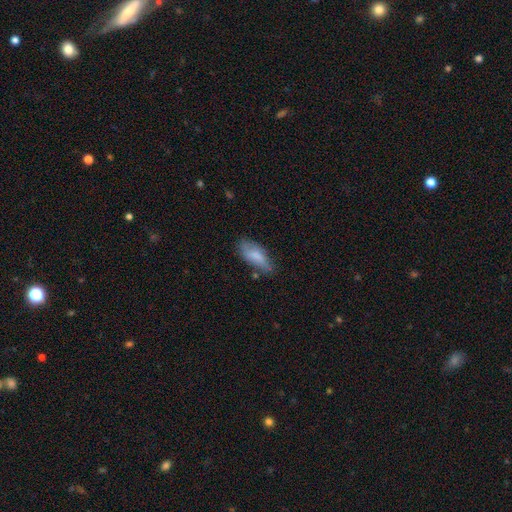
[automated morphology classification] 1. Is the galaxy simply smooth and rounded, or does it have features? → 74% smooth, 19% featured or disk, 7% star or artifact.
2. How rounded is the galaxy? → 78% in between, 20% cigar-shaped, 2% round.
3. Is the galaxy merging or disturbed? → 59% none, 29% minor disturbance, 8% major disturbance, 4% merger.